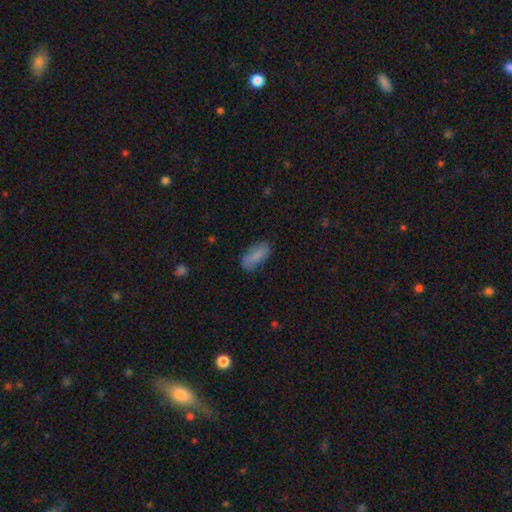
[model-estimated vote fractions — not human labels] Q: Smooth or featured?
A: smooth (83%); runner-up: featured or disk (10%)
Q: How rounded?
A: in between (80%); runner-up: cigar-shaped (18%)
Q: Merging?
A: none (74%); runner-up: minor disturbance (19%)